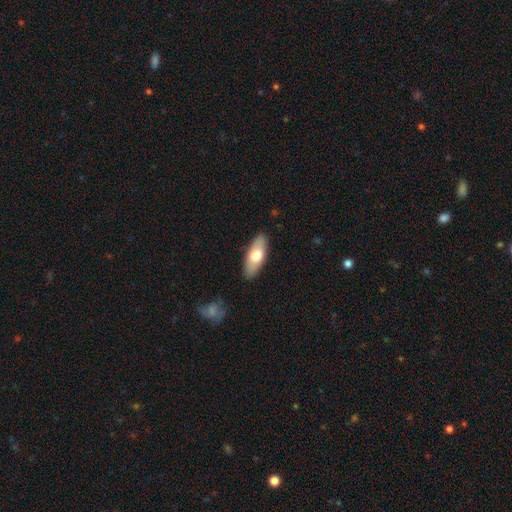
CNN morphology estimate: Overall: smooth (67%; featured or disk 28%). How rounded: in between (74%). Merging: none (88%).